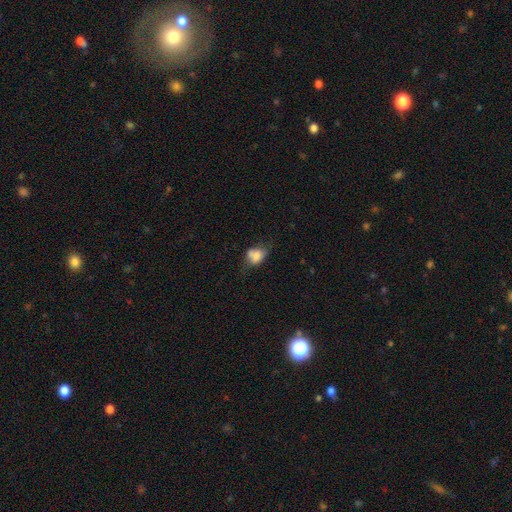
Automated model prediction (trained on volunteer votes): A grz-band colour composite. It shows a smooth galaxy with no disk features (68%) that is in between round and cigar-shaped (68%). Merging: none (34%).